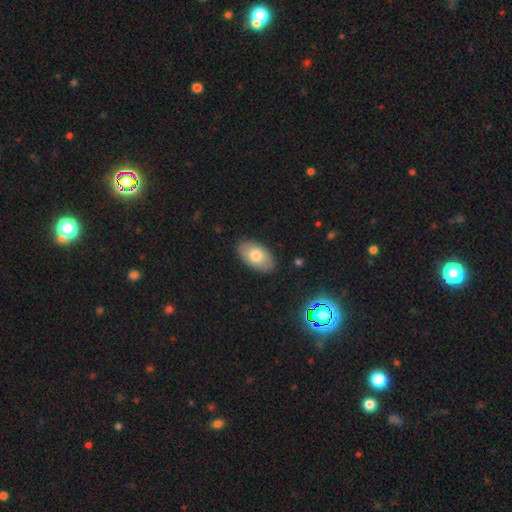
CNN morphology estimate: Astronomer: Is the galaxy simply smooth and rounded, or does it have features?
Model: smooth — 75%.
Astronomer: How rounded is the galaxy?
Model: in between — 94%.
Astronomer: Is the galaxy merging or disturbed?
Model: none — 87%.